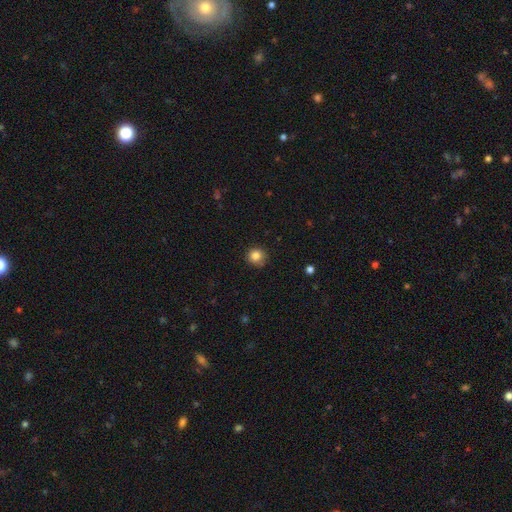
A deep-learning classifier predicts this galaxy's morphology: A smooth galaxy with no disk features (84%) that is round (92%).

Vote fractions:
- Smooth or featured? smooth: 84% / star or artifact: 11% / featured or disk: 5%
- How rounded? round: 92% / in between: 7% / cigar-shaped: 1%
- Merging? none: 84% / minor disturbance: 12% / major disturbance: 2% / merger: 1%